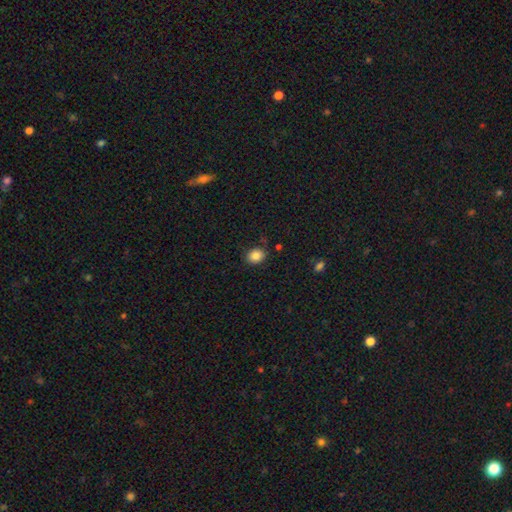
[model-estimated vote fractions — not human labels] Smooth or featured? Predicted: smooth (p=0.85). How rounded? Predicted: round (p=0.50). Merging? Predicted: none (p=0.83).